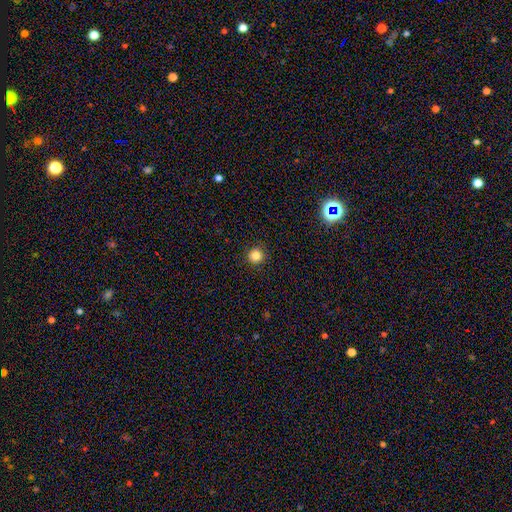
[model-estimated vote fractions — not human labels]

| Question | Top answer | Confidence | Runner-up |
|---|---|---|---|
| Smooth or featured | smooth | 83% | star or artifact (13%) |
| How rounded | round | 94% | in between (5%) |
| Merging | none | 92% | minor disturbance (5%) |